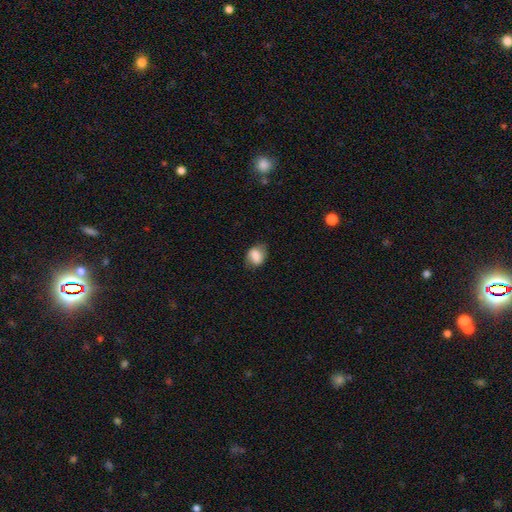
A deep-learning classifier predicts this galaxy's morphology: This is likely a smooth galaxy (77%). How rounded: likely in between (65%). Merging: likely none (68%).